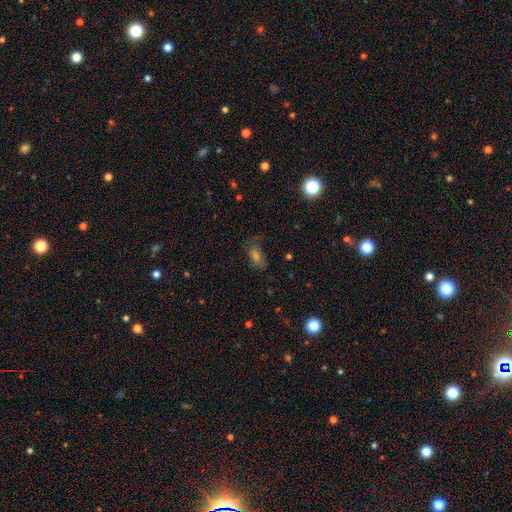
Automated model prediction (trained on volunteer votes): A smooth galaxy with no disk features (54%) that is in between round and cigar-shaped (80%). Merging: none (68%).